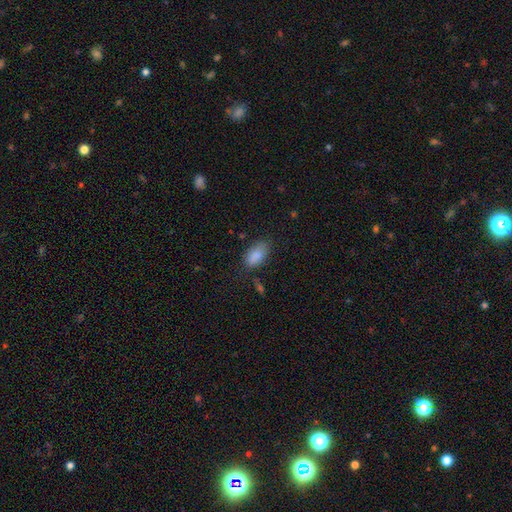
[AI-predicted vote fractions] Smooth or featured: smooth — 87% (star or artifact — 7%)
How rounded: in between — 92% (cigar-shaped — 4%)
Merging: none — 72% (minor disturbance — 20%)